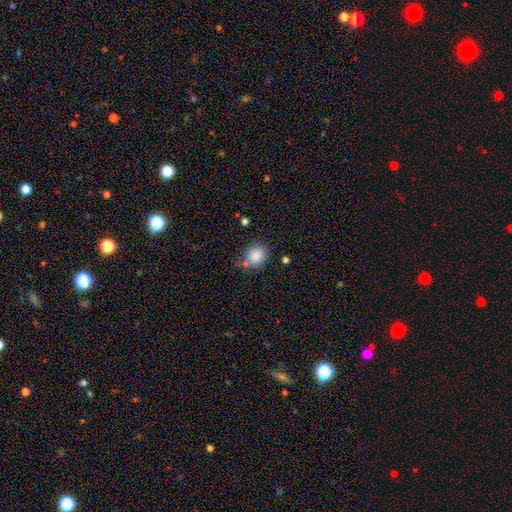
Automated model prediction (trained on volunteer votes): smooth 86%, star or artifact 9%, featured or disk 4%. Down the decision tree: how rounded — round (74%); merging — none (70%).